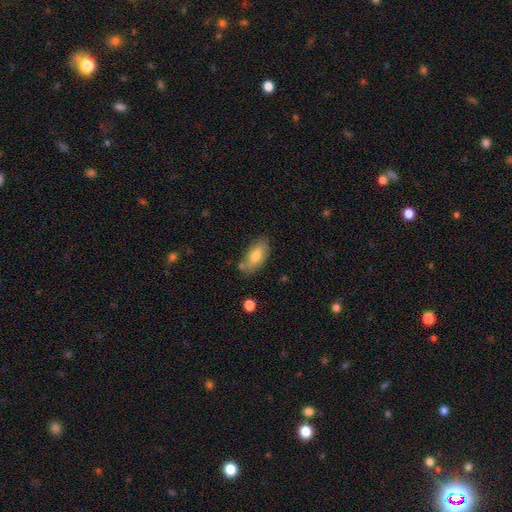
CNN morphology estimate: Smooth or featured: smooth — 71% (featured or disk — 22%)
How rounded: in between — 87% (cigar-shaped — 10%)
Merging: none — 74% (minor disturbance — 17%)